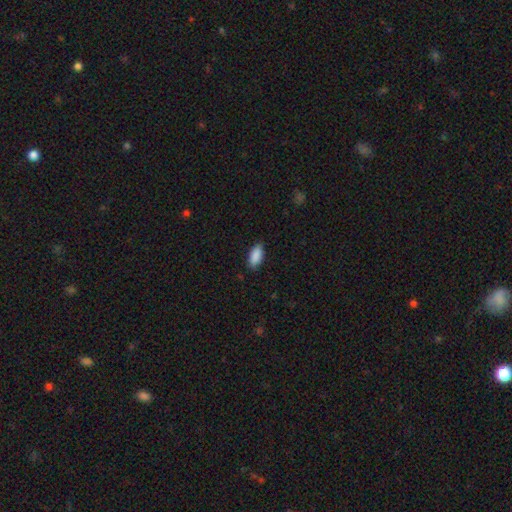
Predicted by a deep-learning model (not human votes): Smooth or featured: smooth — 90% (star or artifact — 6%)
How rounded: in between — 89% (cigar-shaped — 9%)
Merging: none — 86% (minor disturbance — 11%)